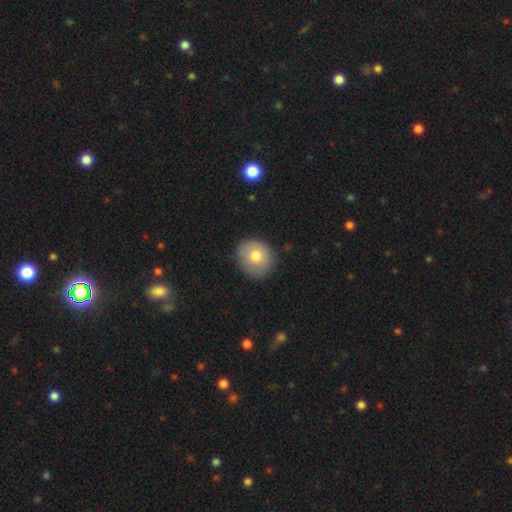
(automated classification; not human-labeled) Morphology: type=smooth (76%); roundness=round (76%); merging=none (83%).